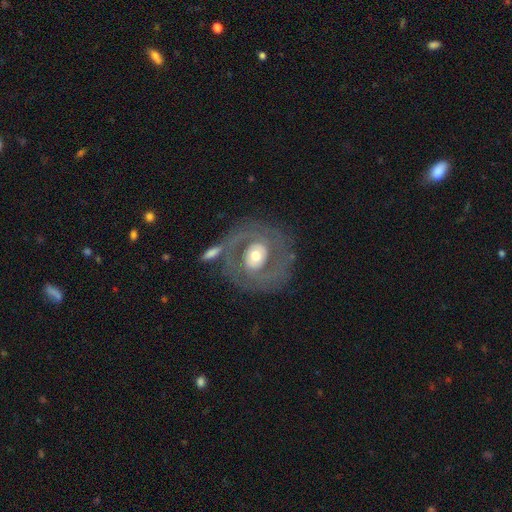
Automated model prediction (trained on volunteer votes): A featured or disk galaxy (70%) with no bar (69%), spiral arms (56%) and a moderate central bulge (64%). Merging: none (69%).